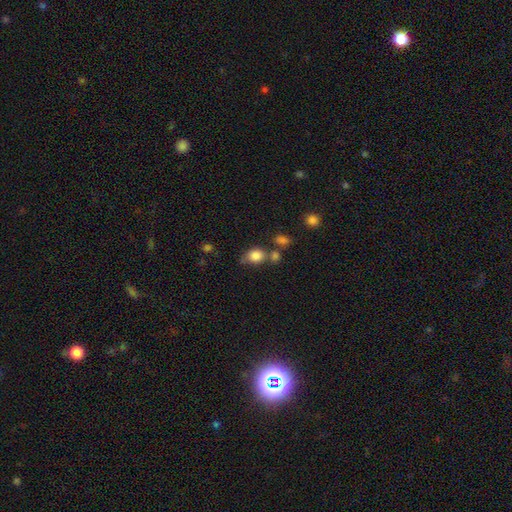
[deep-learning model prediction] The model was most divided on "how rounded": round: 52%, in between: 47%, cigar-shaped: 1%. More confident: smooth or featured — smooth (84%); merging — none (56%).